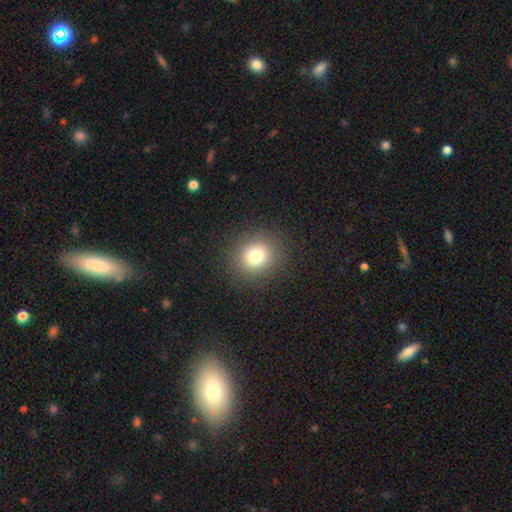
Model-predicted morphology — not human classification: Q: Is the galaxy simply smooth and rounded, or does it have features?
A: smooth — 78%.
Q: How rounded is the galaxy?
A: round — 86%.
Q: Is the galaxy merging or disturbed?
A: none — 89%.